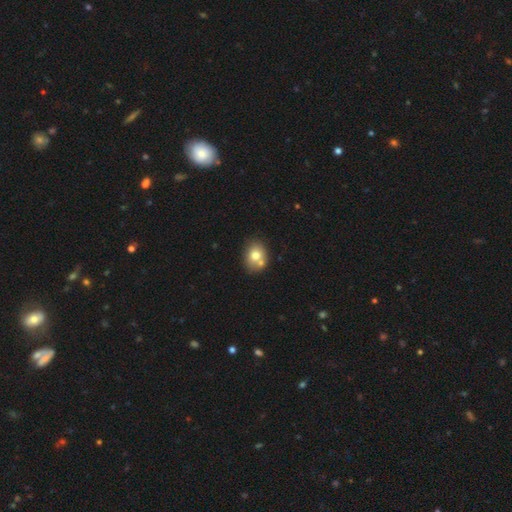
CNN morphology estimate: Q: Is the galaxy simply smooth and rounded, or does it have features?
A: smooth — 74%.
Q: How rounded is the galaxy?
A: in between — 52%.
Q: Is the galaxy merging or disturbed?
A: none — 59%.